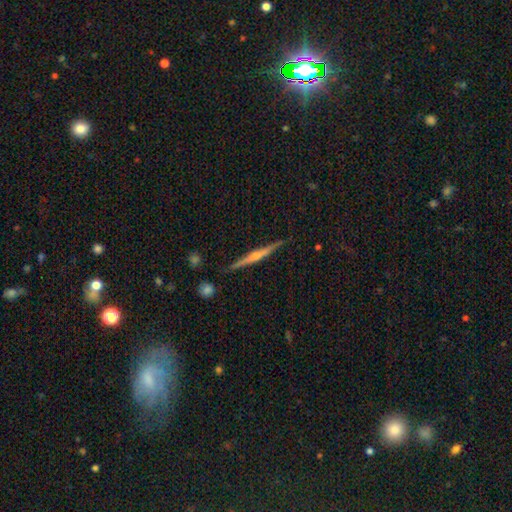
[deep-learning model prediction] The model was most divided on "smooth or featured": featured or disk: 82%, smooth: 13%, star or artifact: 6%. More confident: edge-on disk — yes (98%); merging — none (91%); edge-on bulge — rounded (86%).